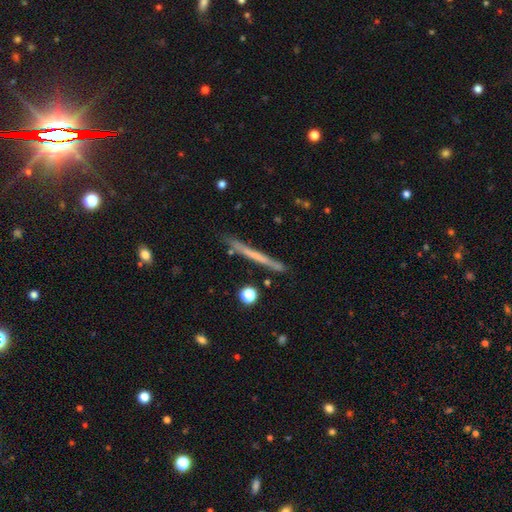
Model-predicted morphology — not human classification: type=featured or disk (47%); merging=none (85%).